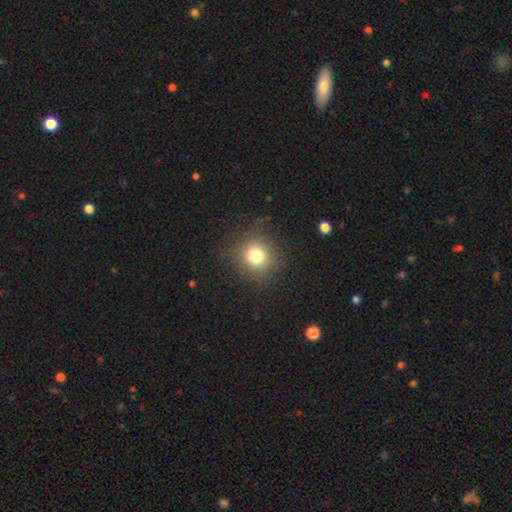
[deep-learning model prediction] This appears to be a smooth galaxy with no disk features (78%) that is round (89%). Merging: none (86%).